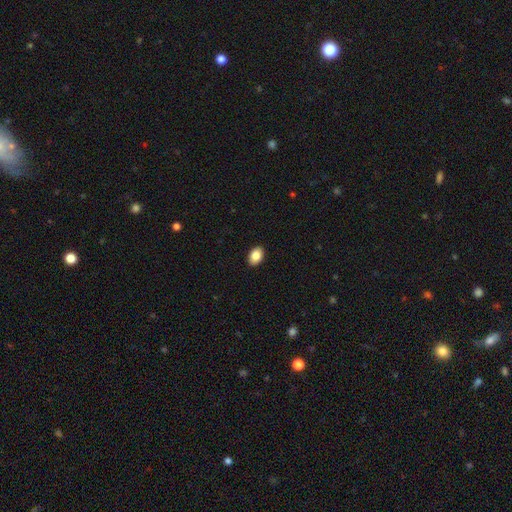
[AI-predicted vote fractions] This is clearly a smooth galaxy (86%). How rounded: clearly in between (84%). Merging: clearly none (91%).